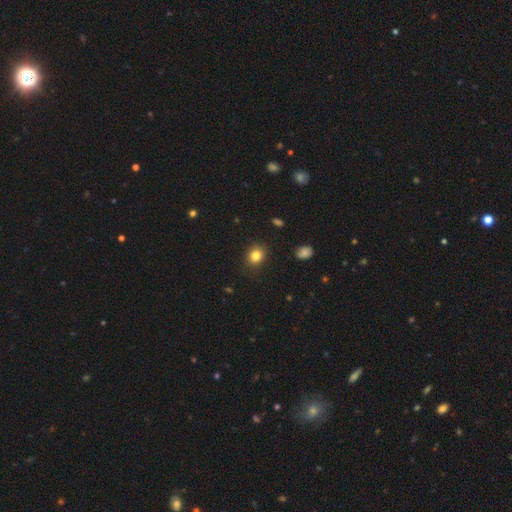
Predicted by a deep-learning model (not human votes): A smooth galaxy with no disk features (83%) that is round (62%).

Vote fractions:
- Smooth or featured? smooth: 83% / star or artifact: 11% / featured or disk: 6%
- How rounded? round: 62% / in between: 38% / cigar-shaped: 1%
- Merging? none: 87% / minor disturbance: 10% / major disturbance: 3% / merger: 1%